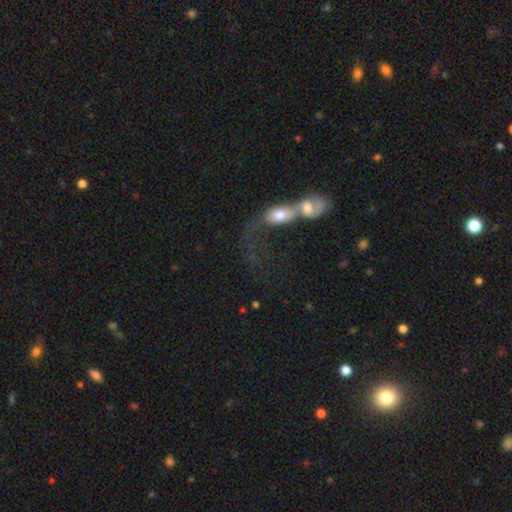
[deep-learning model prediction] A featured or disk galaxy (45%). Merging: merger (68%).